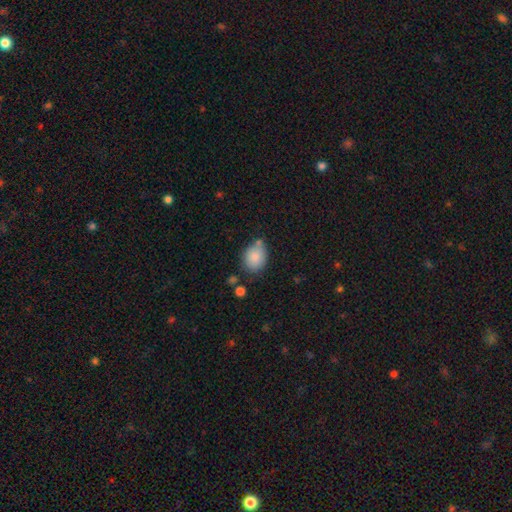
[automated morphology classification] Smooth or featured? Predicted: smooth (p=0.85). How rounded? Predicted: in between (p=0.59). Merging? Predicted: none (p=0.62).